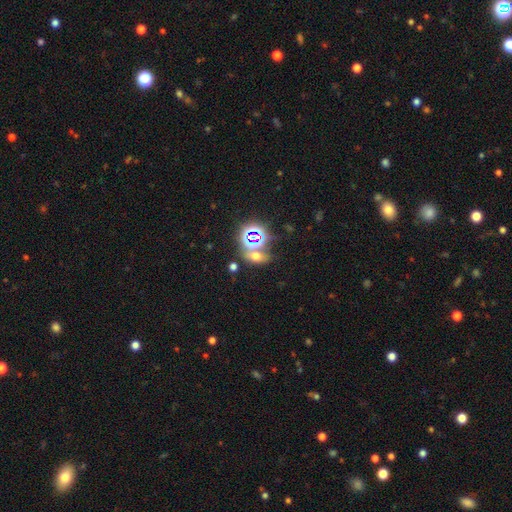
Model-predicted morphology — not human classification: Smooth or featured? Predicted: smooth (p=0.44, tied with star or artifact). Merging? Predicted: none (p=0.60).